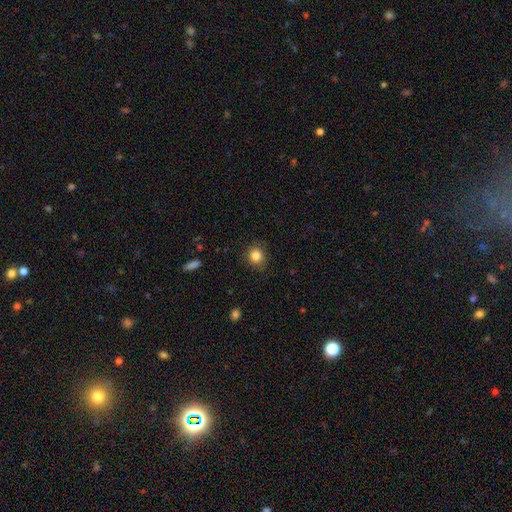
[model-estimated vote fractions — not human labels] smooth_or_featured: smooth (p=0.84) [alt: star or artifact p=0.10]
how_rounded: round (p=0.77) [alt: in between p=0.22]
merging: none (p=0.84) [alt: minor disturbance p=0.12]